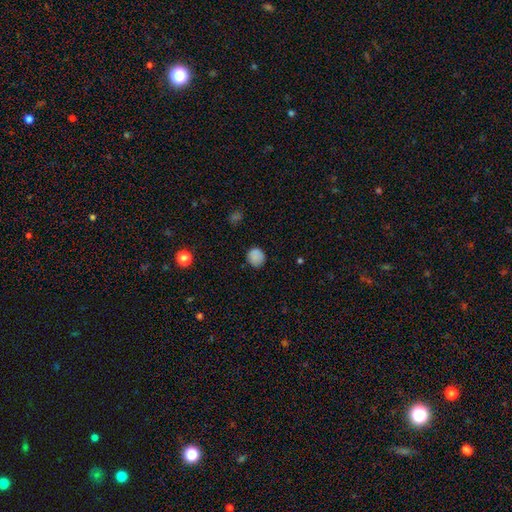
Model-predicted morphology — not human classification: The model was most divided on "merging": none: 80%, minor disturbance: 16%, major disturbance: 3%, merger: 1%. More confident: how rounded — round (84%); smooth or featured — smooth (83%).